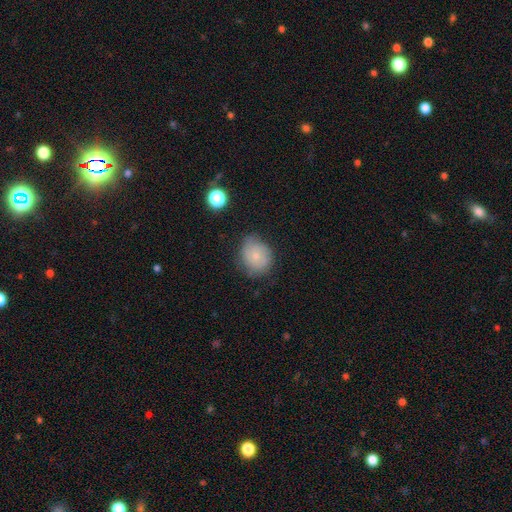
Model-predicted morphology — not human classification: smooth 70%, featured or disk 21%, star or artifact 9%. Down the decision tree: how rounded — round (65%); merging — none (65%).